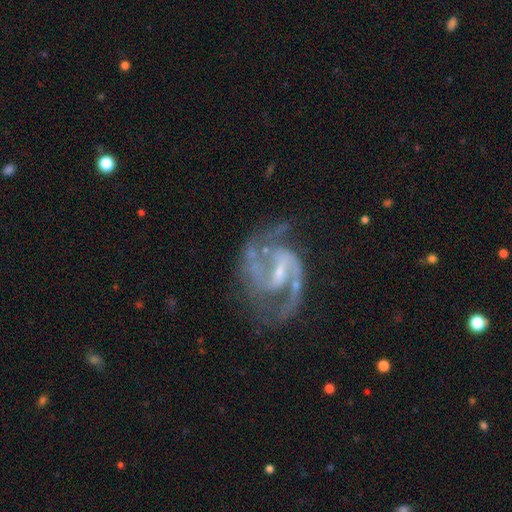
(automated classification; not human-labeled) Overall: featured or disk (89%). Edge-on disk: no (98%). Bar: weak (48%; strong 36%). Spiral arms: yes (97%). Spiral arm count: 2 (86%). Spiral winding: medium (58%; tight 21%). Bulge size: small (62%; moderate 22%). Merging: none (70%).